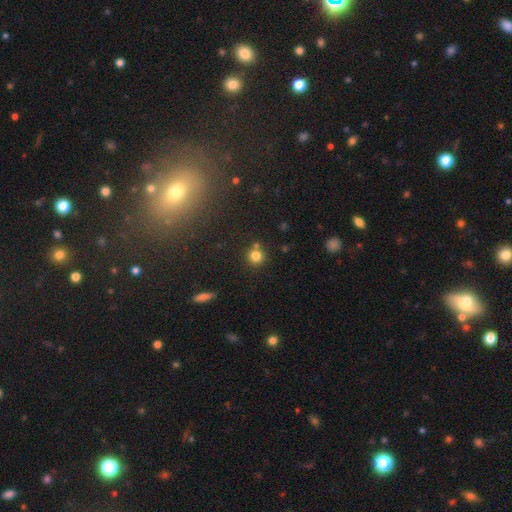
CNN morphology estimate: smooth-or-featured: smooth: 80% | star or artifact: 13% | featured or disk: 7%
  how-rounded: round: 91% | in between: 8% | cigar-shaped: 1%
  merging: none: 72% | merger: 17% | minor disturbance: 9% | major disturbance: 3%